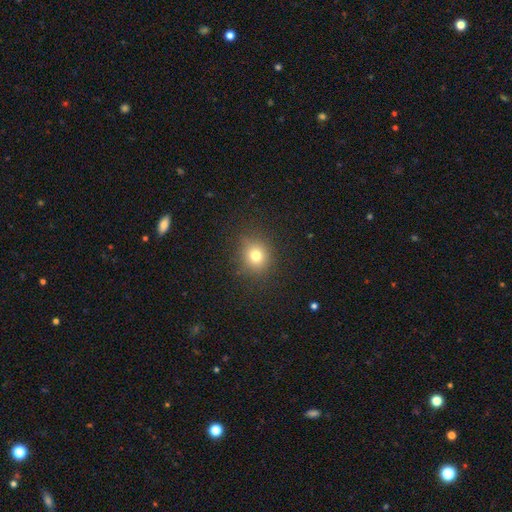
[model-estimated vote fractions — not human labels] A smooth galaxy with no disk features (75%) that is round (79%). Merging: none (85%).